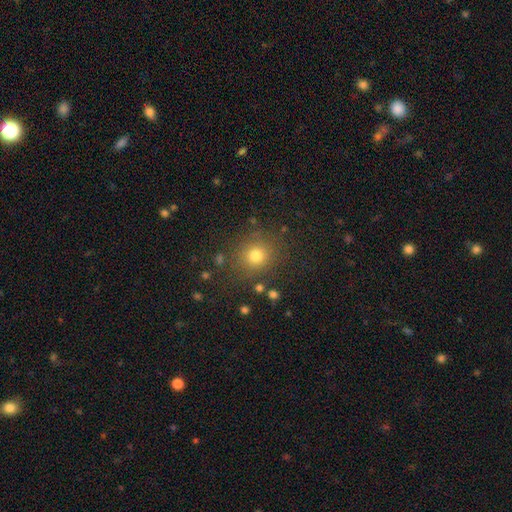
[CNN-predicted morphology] This is likely a smooth galaxy (75%). How rounded: clearly round (88%). Merging: clearly none (85%).